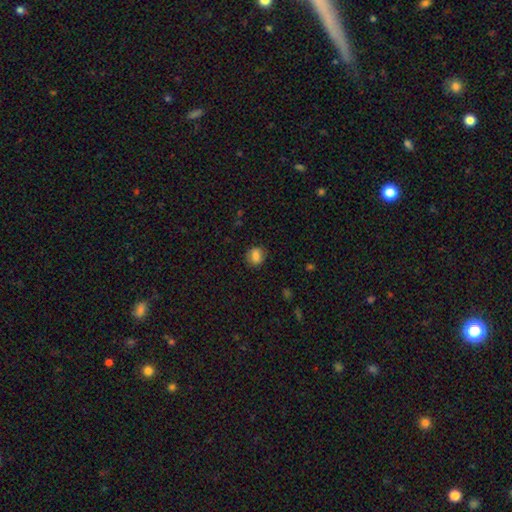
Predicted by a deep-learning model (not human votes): This is clearly a smooth galaxy (82%). How rounded: likely round (65%). Merging: clearly none (84%).